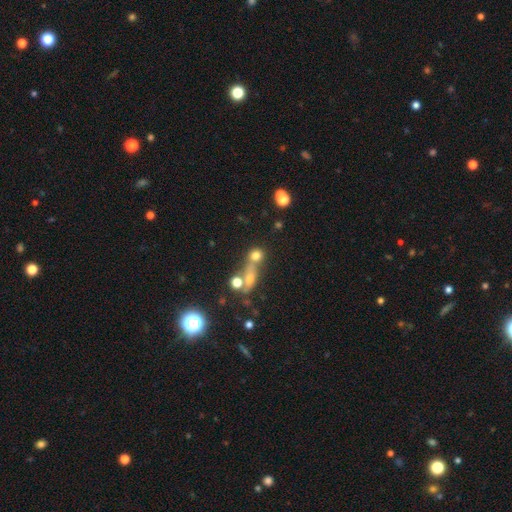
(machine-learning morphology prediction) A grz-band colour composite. It shows a smooth galaxy with no disk features (68%) that is round (78%). Merging: none (47%).